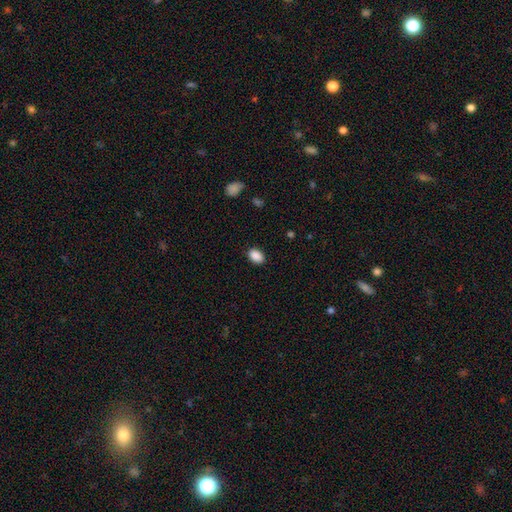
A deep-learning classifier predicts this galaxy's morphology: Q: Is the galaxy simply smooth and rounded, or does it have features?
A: smooth — 89%.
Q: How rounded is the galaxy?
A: in between — 84%.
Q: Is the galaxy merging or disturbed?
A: none — 87%.